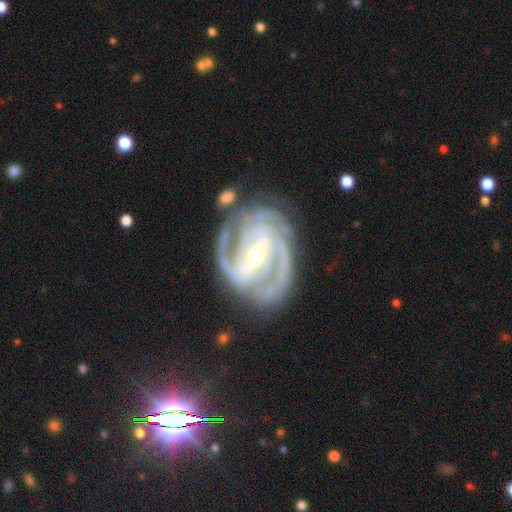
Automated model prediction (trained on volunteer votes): Smooth or featured: featured or disk — 93% (star or artifact — 4%)
Edge-on disk: no — 97% (yes — 3%)
Bar: strong — 56% (weak — 33%)
Spiral arms: yes — 98% (no — 2%)
Spiral winding: tight — 59% (medium — 37%)
Spiral arm count: 3 — 37% (2 — 29%)
Bulge size: small — 61% (moderate — 36%)
Merging: none — 72% (minor disturbance — 17%)